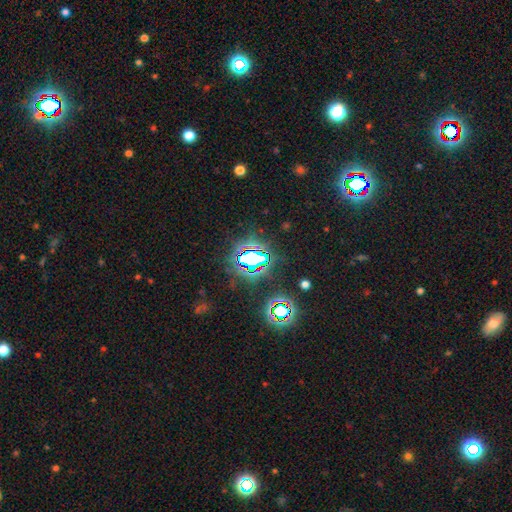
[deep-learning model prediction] Smooth or featured? Predicted: star or artifact (p=0.82).